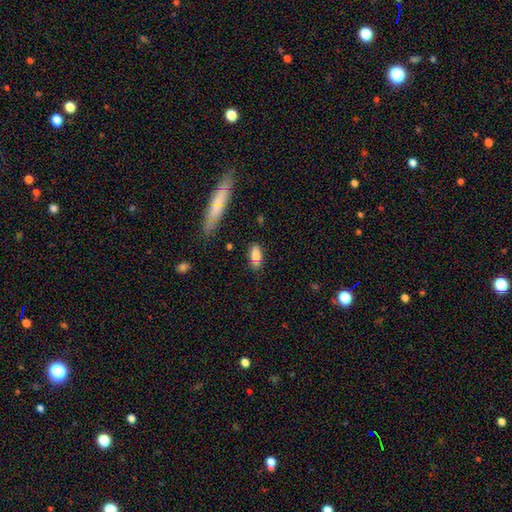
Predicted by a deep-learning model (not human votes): smooth-or-featured: smooth: 83% | featured or disk: 9% | star or artifact: 8%
  how-rounded: in between: 78% | cigar-shaped: 20% | round: 3%
  merging: none: 75% | minor disturbance: 17% | merger: 5% | major disturbance: 4%